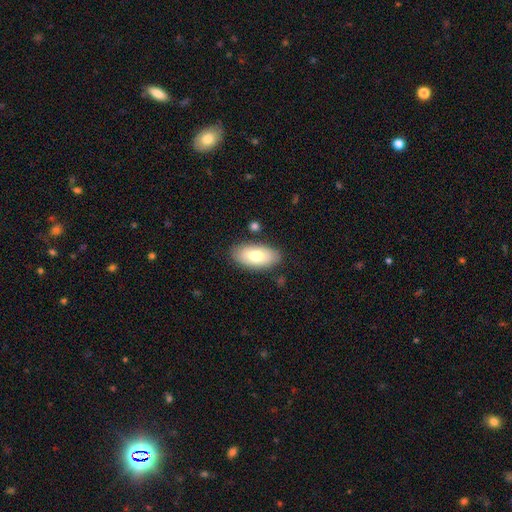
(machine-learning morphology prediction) A smooth galaxy with no disk features (71%) that is in between round and cigar-shaped (93%). Merging: none (82%).